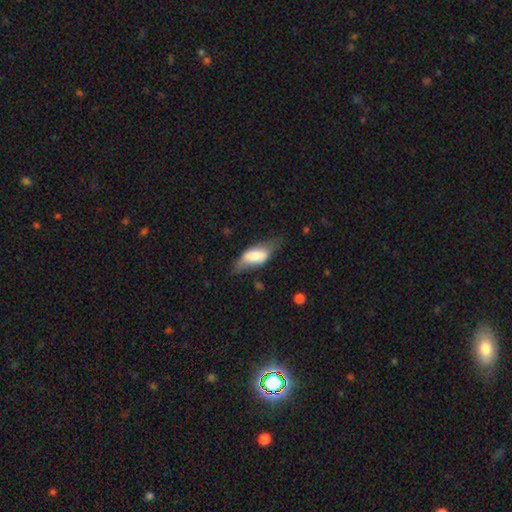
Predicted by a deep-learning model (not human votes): A smooth galaxy with no disk features (55%) that is in between round and cigar-shaped (81%). Merging: none (47%).